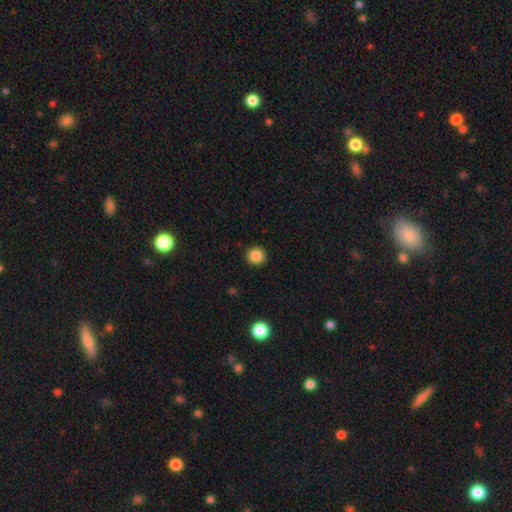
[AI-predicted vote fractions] Smooth or featured? Predicted: smooth (p=0.86). How rounded? Predicted: round (p=0.94). Merging? Predicted: none (p=0.93).